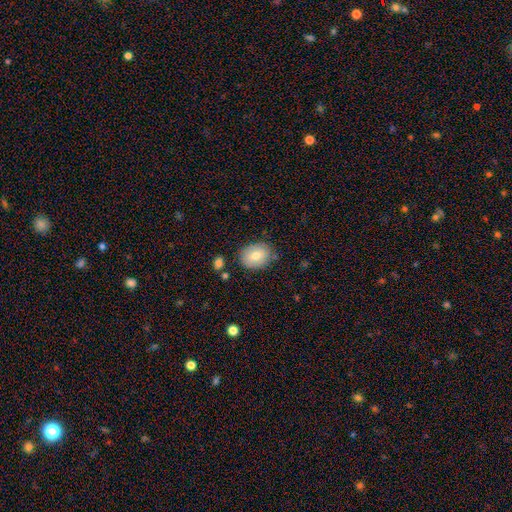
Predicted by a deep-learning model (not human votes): Smooth or featured?
  - smooth: 76% *
  - featured or disk: 16%
  - star or artifact: 8%
How rounded?
  - in between: 55% *
  - round: 44%
  - cigar-shaped: 1%
Merging?
  - none: 81% *
  - minor disturbance: 13%
  - major disturbance: 3%
  - merger: 3%